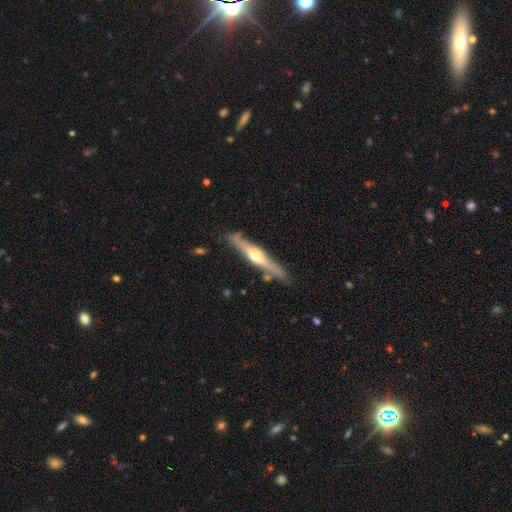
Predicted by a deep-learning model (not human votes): This appears to be a featured or disk galaxy (65%) viewed edge-on (94%) with a rounded central bulge (90%). Merging: none (81%).